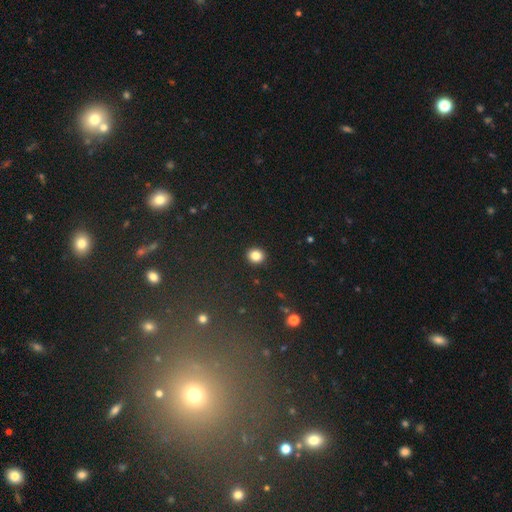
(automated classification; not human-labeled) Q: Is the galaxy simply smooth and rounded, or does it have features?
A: smooth — 84%.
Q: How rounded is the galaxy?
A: round — 81%.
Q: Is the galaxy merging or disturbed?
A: none — 93%.